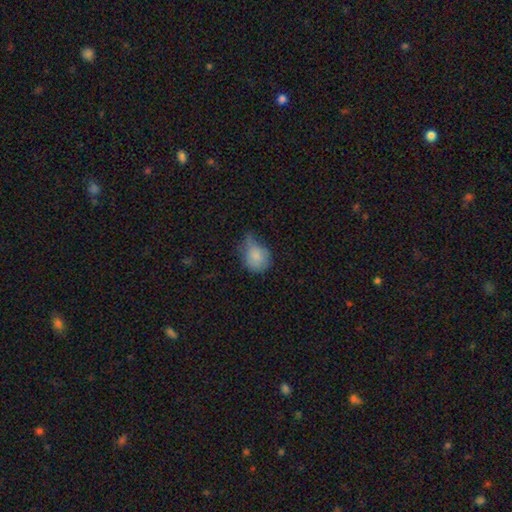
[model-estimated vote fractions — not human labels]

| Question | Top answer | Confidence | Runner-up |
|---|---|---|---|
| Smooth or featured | smooth | 81% | featured or disk (10%) |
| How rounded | round | 59% | in between (40%) |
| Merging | minor disturbance | 46% | none (29%) |